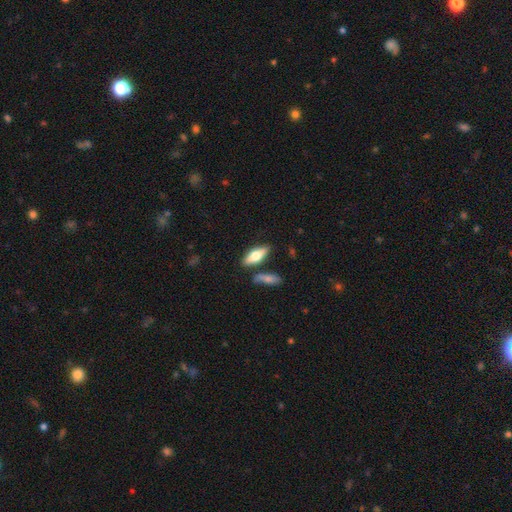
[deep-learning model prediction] A smooth galaxy with no disk features (63%) that is in between round and cigar-shaped (63%). Merging: none (75%).